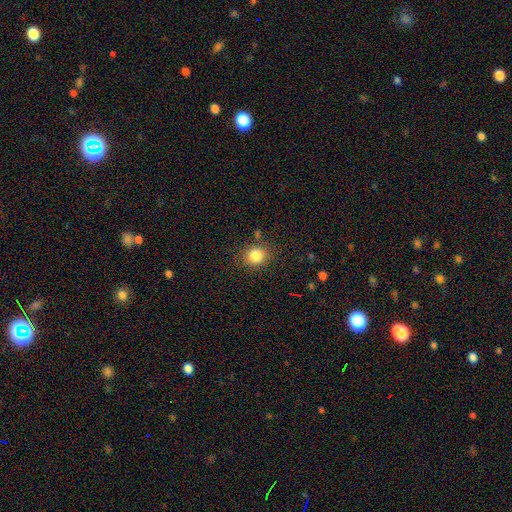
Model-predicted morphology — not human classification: The model was most divided on "how rounded": round: 75%, in between: 24%, cigar-shaped: 1%. More confident: smooth or featured — smooth (83%); merging — none (82%).